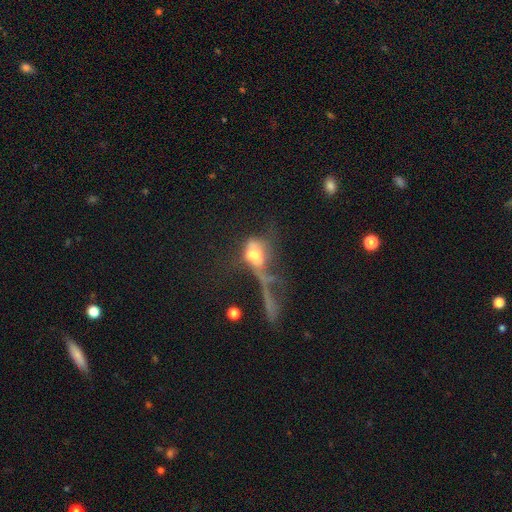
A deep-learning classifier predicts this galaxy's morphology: A smooth galaxy with no disk features (45%). Merging: major disturbance (41%).